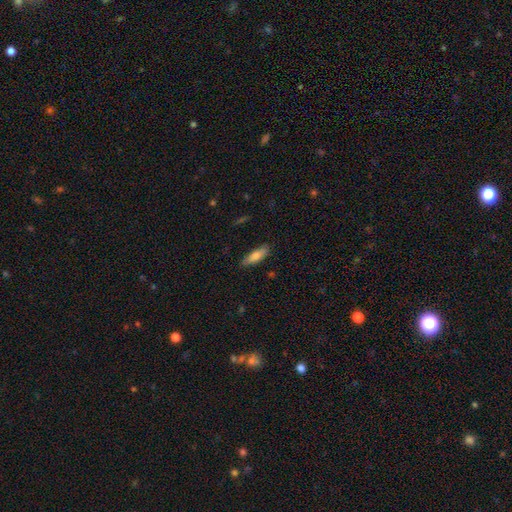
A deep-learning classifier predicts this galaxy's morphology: The model was most divided on "how rounded": cigar-shaped: 53%, in between: 45%, round: 2%. More confident: merging — none (84%); smooth or featured — smooth (75%).